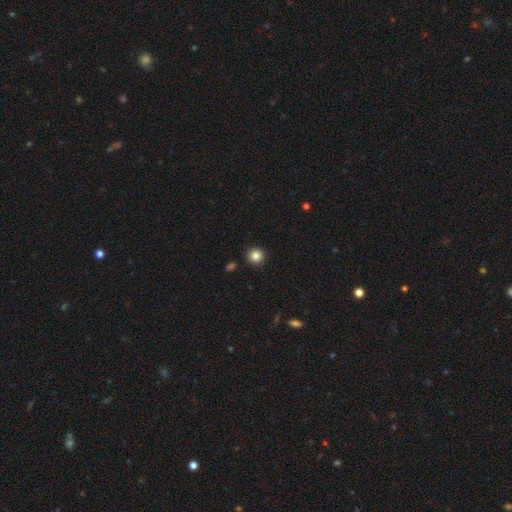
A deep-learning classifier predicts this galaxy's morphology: Smooth or featured: smooth — 84% (star or artifact — 11%)
How rounded: round — 94% (in between — 5%)
Merging: none — 92% (minor disturbance — 5%)